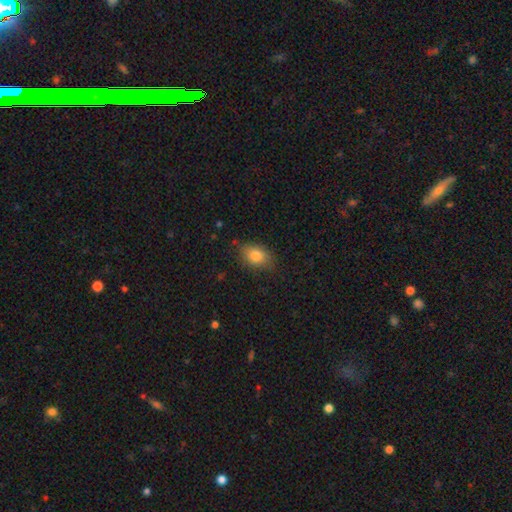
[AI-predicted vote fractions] smooth 83%, featured or disk 9%, star or artifact 9%. Down the decision tree: how rounded — in between (78%); merging — none (77%).